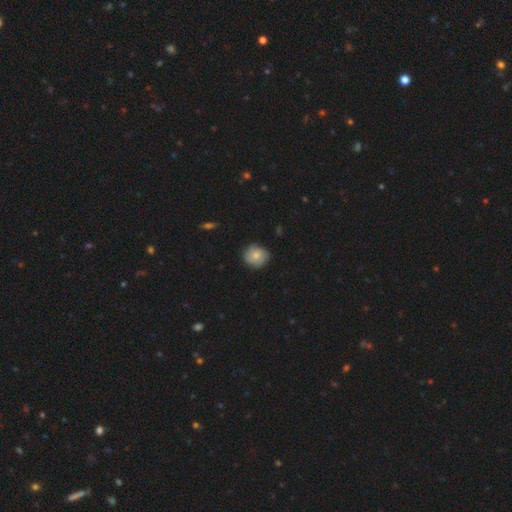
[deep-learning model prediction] This is likely a smooth galaxy (71%). How rounded: clearly round (82%). Merging: clearly none (81%).